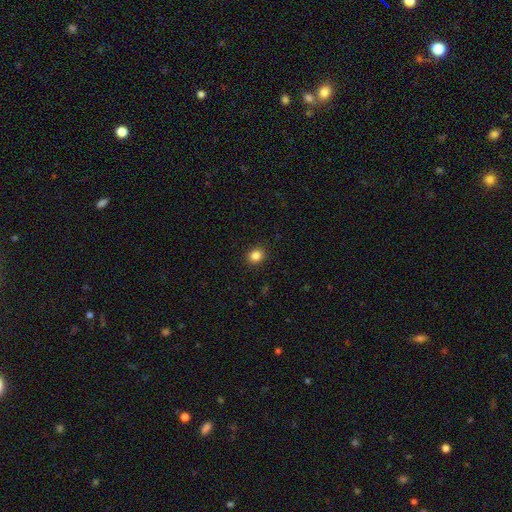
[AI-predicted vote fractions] This appears to be a smooth galaxy with no disk features (85%) that is round (74%). Merging: none (91%).